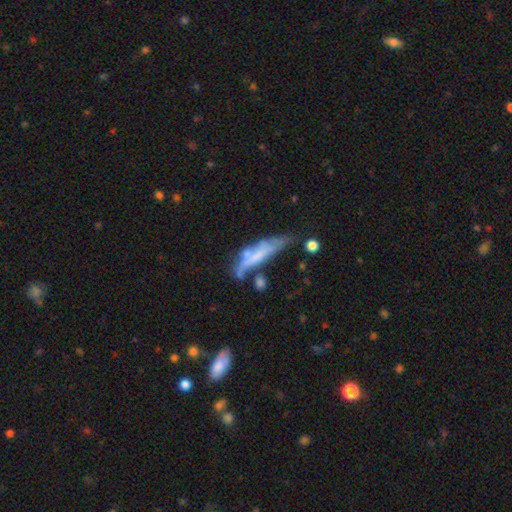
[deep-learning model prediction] Overall: smooth (46%; featured or disk 45%). Merging: none (34%; minor disturbance 27%).